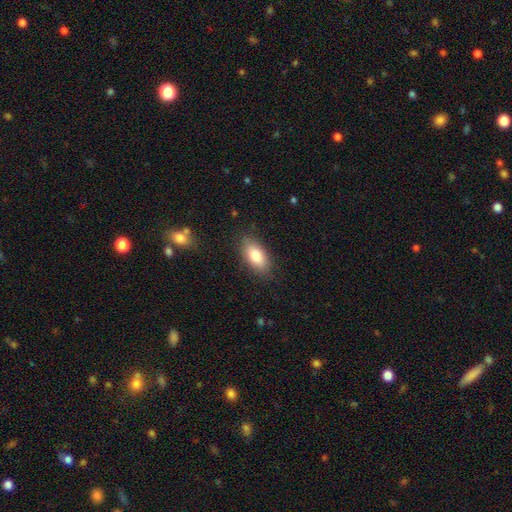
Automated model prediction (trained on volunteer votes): Morphology: type=smooth (80%); roundness=in between (91%); merging=none (84%).